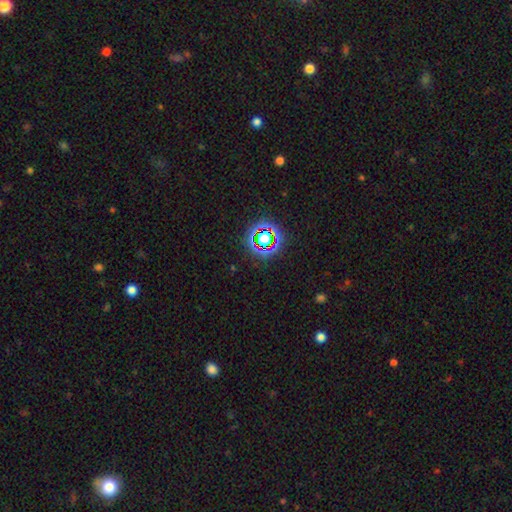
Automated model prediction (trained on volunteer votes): Smooth or featured? star or artifact (72%)